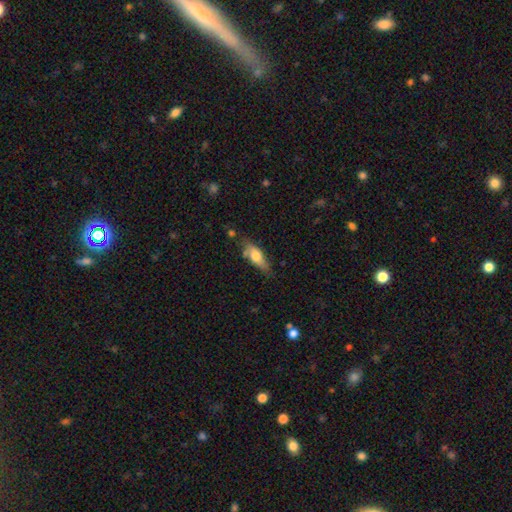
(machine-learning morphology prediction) Smooth or featured: smooth — 64% (featured or disk — 29%)
How rounded: in between — 62% (cigar-shaped — 35%)
Merging: none — 64% (minor disturbance — 24%)